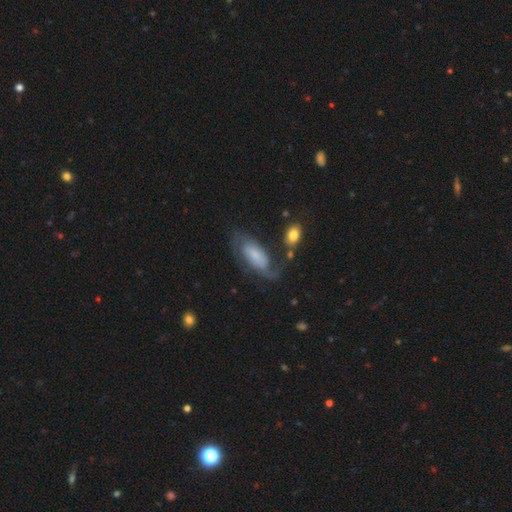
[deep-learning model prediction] Smooth or featured? featured or disk (63%)
Edge-on disk? no (92%)
Bar? no (56%)
Spiral arms? yes (89%)
Spiral winding? medium (42%)
Spiral arm count? 2 (67%)
Bulge size? small (39%)
Merging? none (54%)